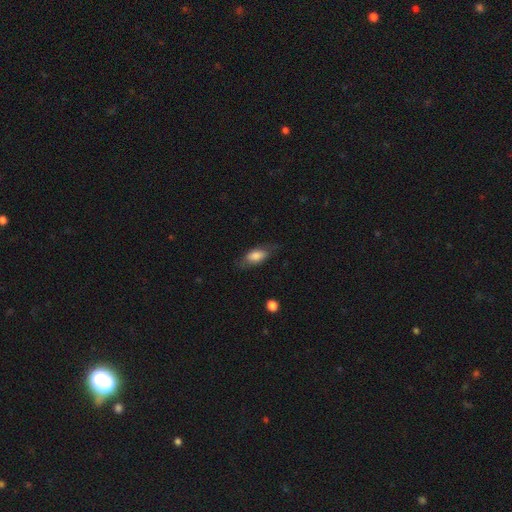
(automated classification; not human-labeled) smooth 74%, featured or disk 19%, star or artifact 7%. Down the decision tree: how rounded — in between (82%); merging — none (70%).